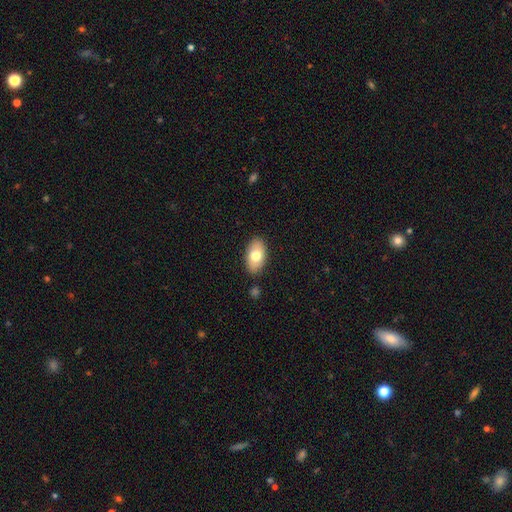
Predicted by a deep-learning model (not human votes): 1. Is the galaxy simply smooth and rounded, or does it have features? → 73% smooth, 20% featured or disk, 7% star or artifact.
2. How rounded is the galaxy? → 92% in between, 6% round, 2% cigar-shaped.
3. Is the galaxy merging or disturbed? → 85% none, 10% minor disturbance, 2% merger, 2% major disturbance.